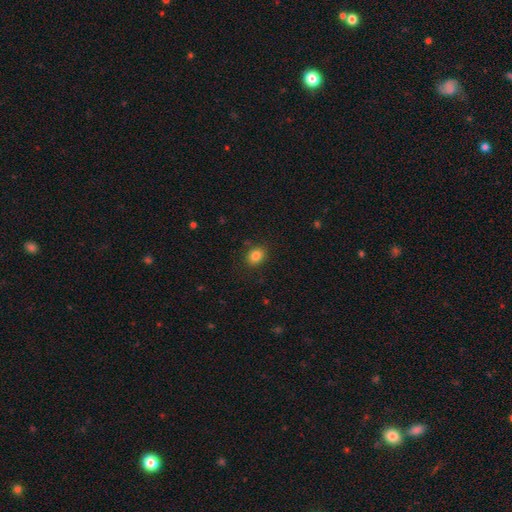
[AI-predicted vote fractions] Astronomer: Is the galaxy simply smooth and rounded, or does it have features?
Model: smooth — 84%.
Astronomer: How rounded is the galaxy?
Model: round — 50% (runner-up: in between, 49%).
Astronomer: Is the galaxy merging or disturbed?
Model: none — 86%.